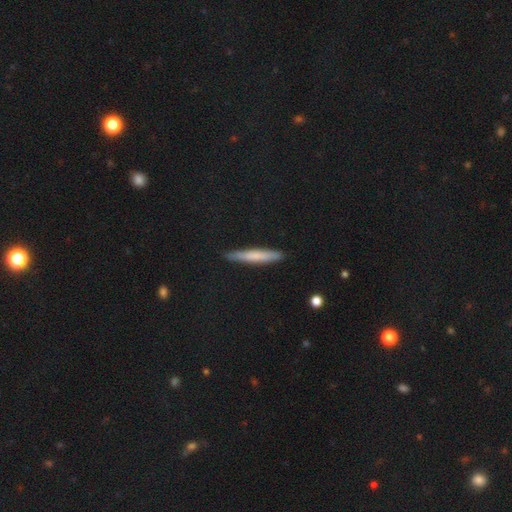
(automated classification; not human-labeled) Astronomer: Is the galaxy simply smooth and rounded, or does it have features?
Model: smooth — 64%.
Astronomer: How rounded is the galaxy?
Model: cigar-shaped — 94%.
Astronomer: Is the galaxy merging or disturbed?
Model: none — 89%.